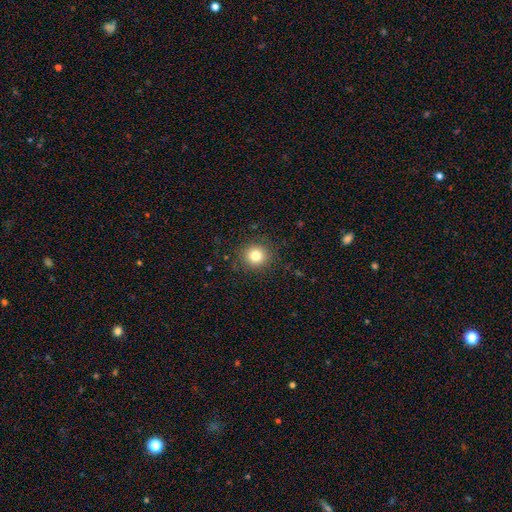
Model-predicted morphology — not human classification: smooth 81%, star or artifact 12%, featured or disk 7%. Down the decision tree: how rounded — round (90%); merging — none (89%).